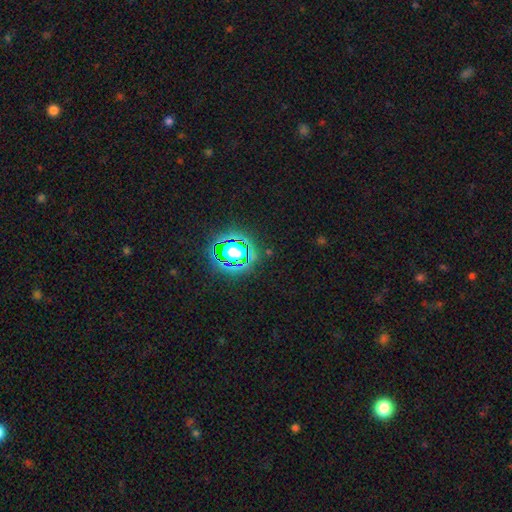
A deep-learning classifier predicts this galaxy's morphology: Smooth or featured?
  - star or artifact: 76% *
  - smooth: 16%
  - featured or disk: 8%